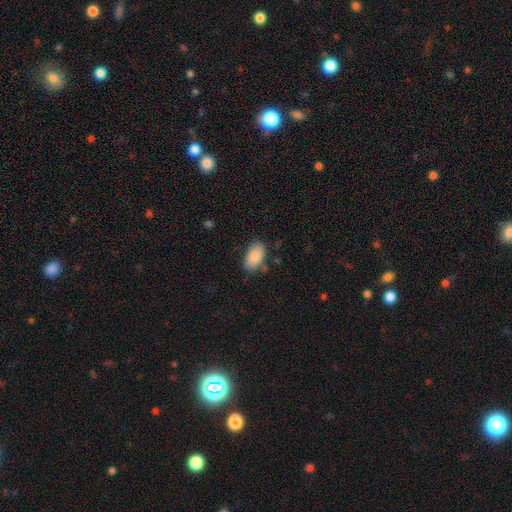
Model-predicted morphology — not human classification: This is clearly a smooth galaxy (88%). How rounded: clearly in between (94%). Merging: likely none (76%).